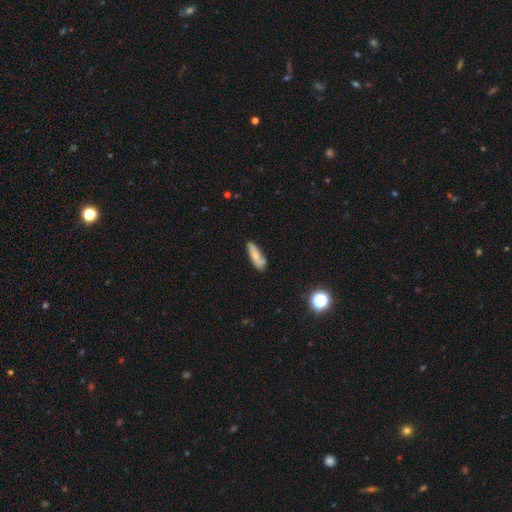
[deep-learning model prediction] Smooth or featured? smooth (69%)
How rounded? cigar-shaped (57%)
Merging? none (63%)